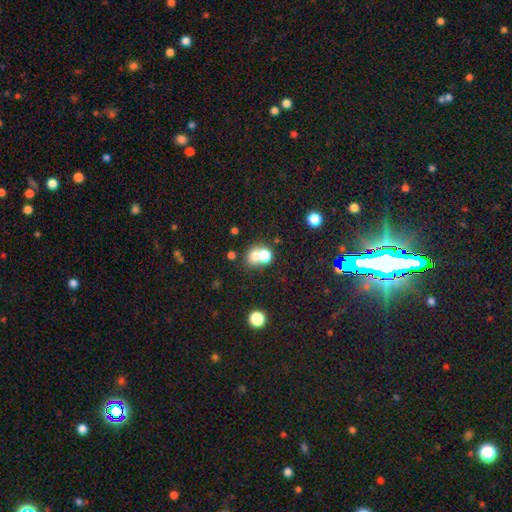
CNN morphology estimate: type=smooth (71%); roundness=round (69%); merging=merger (55%).